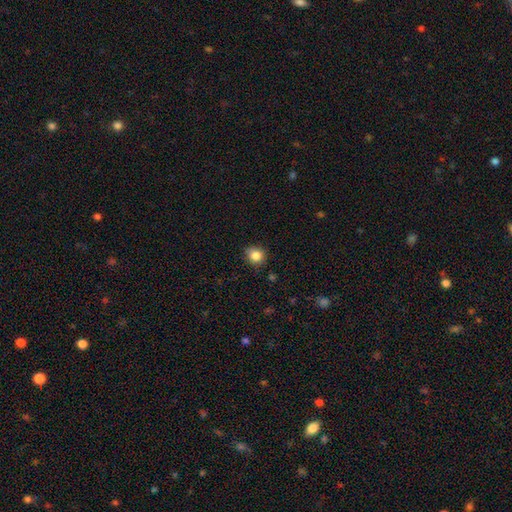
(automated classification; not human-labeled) smooth-or-featured: smooth: 85% | star or artifact: 10% | featured or disk: 5%
  how-rounded: round: 82% | in between: 17% | cigar-shaped: 1%
  merging: none: 82% | minor disturbance: 14% | major disturbance: 3% | merger: 1%